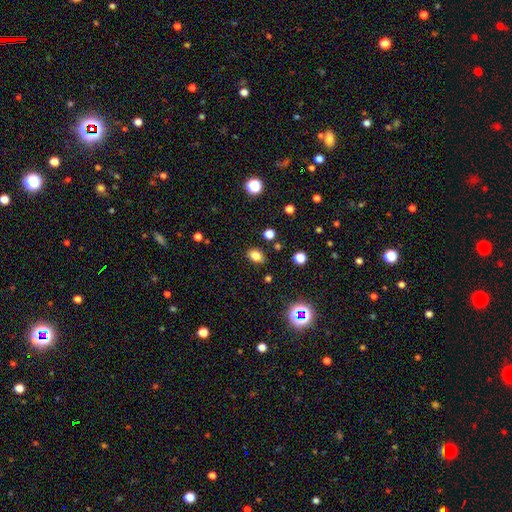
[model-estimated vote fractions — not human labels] Smooth or featured?
  - smooth: 80% *
  - star or artifact: 14%
  - featured or disk: 6%
How rounded?
  - in between: 76% *
  - round: 23%
  - cigar-shaped: 1%
Merging?
  - none: 85% *
  - minor disturbance: 10%
  - major disturbance: 3%
  - merger: 2%